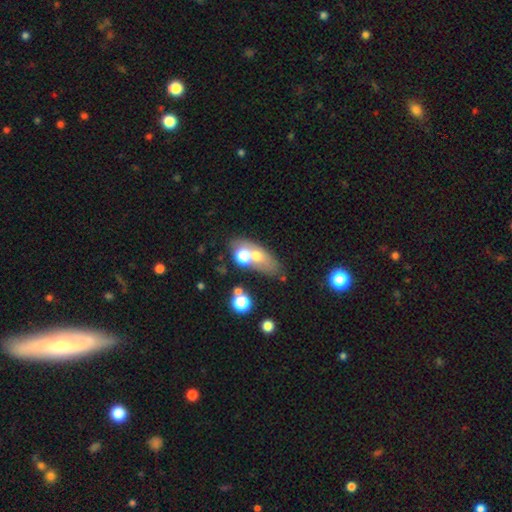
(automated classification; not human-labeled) Morphology: type=smooth (55%); roundness=in between (71%); merging=merger (41%).